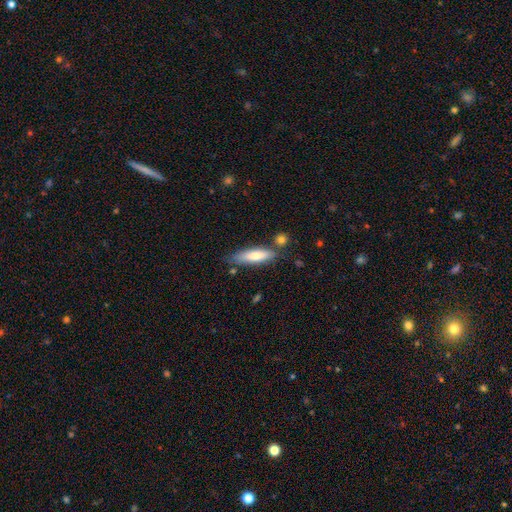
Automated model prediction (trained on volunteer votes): The model was most divided on "how rounded": cigar-shaped: 66%, in between: 32%, round: 2%. More confident: merging — none (74%); smooth or featured — smooth (71%).